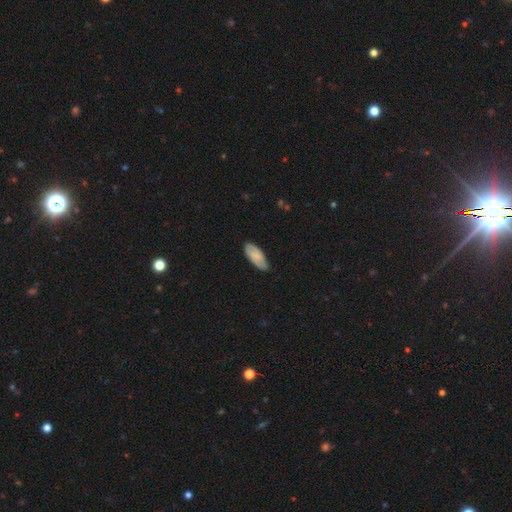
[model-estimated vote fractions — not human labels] smooth_or_featured: smooth (p=0.67) [alt: featured or disk p=0.27]
how_rounded: in between (p=0.85) [alt: cigar-shaped p=0.13]
merging: none (p=0.76) [alt: minor disturbance p=0.19]